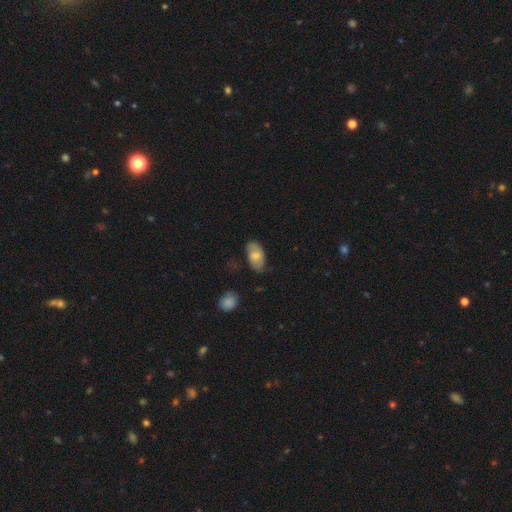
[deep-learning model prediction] Smooth or featured? smooth (70%)
How rounded? in between (93%)
Merging? none (73%)